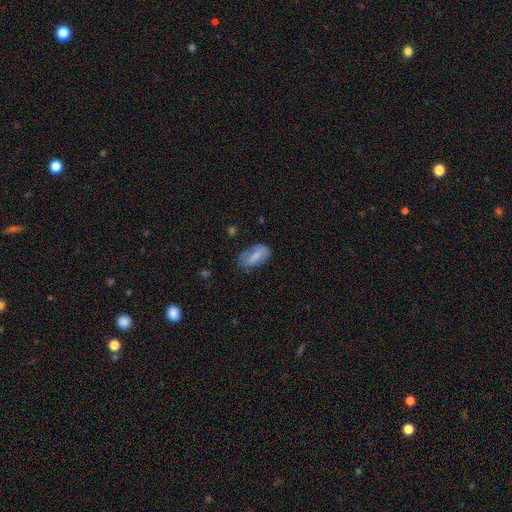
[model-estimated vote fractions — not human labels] Smooth or featured: smooth — 69% (featured or disk — 23%)
How rounded: in between — 90% (cigar-shaped — 6%)
Merging: none — 66% (minor disturbance — 24%)